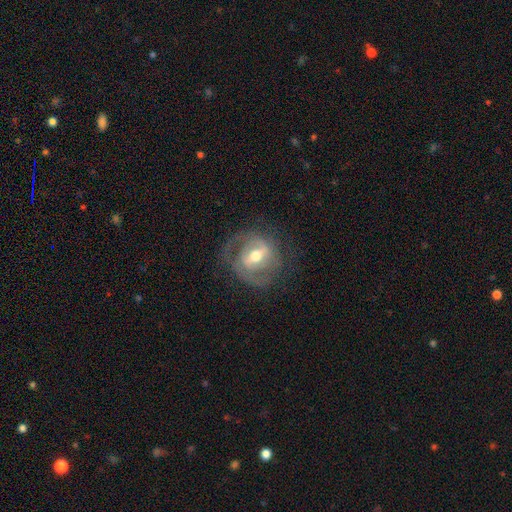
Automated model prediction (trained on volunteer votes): Morphology: type=featured or disk (81%); edge-on=no (96%); bar=weak (43%); spiral arms=yes (86%); winding=tight (47%); arm count=2 (63%); bulge=moderate (72%); merging=none (69%).